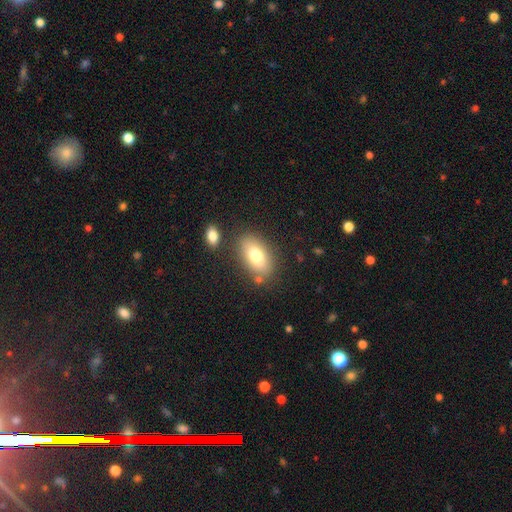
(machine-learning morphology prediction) A smooth galaxy with no disk features (76%) that is in between round and cigar-shaped (89%). Merging: none (77%).